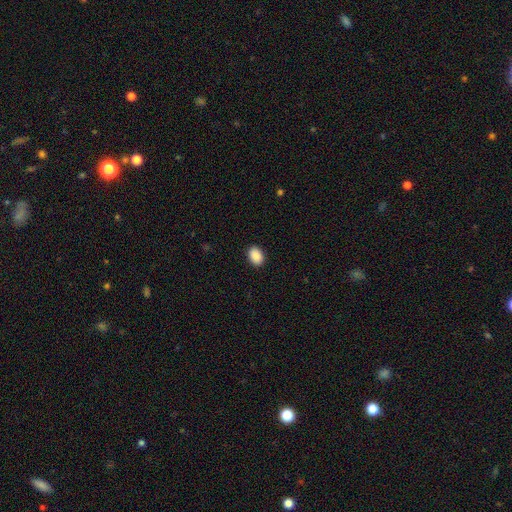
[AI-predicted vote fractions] smooth 90%, star or artifact 7%, featured or disk 3%. Down the decision tree: how rounded — in between (80%); merging — none (90%).